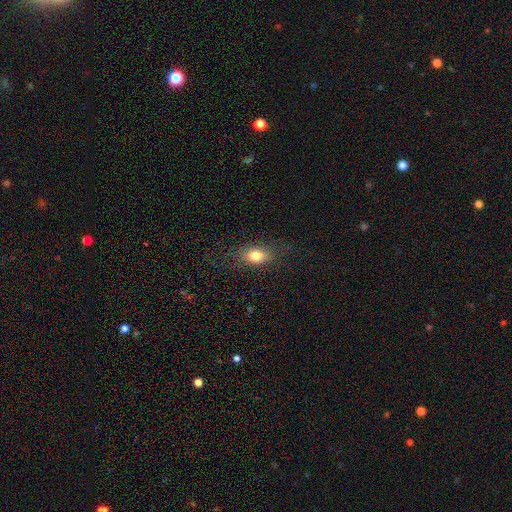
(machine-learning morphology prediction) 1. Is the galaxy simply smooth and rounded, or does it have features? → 79% smooth, 11% featured or disk, 10% star or artifact.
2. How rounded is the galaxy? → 79% in between, 17% round, 4% cigar-shaped.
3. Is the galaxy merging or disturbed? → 79% none, 13% minor disturbance, 6% major disturbance, 1% merger.